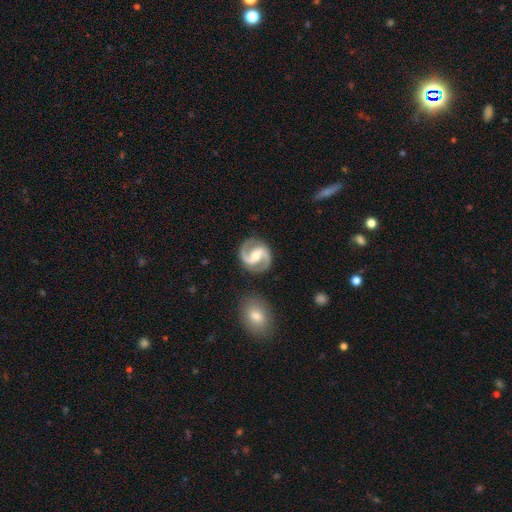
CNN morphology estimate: smooth_or_featured: featured or disk (p=0.92) [alt: smooth p=0.05]
disk_edge_on: no (p=0.98) [alt: yes p=0.02]
bar: weak (p=0.40) [alt: strong p=0.37]
has_spiral_arms: yes (p=0.98) [alt: no p=0.02]
spiral_winding: medium (p=0.62) [alt: tight p=0.21]
spiral_arm_count: 2 (p=0.94) [alt: can't tell p=0.01]
bulge_size: moderate (p=0.62) [alt: small p=0.30]
merging: none (p=0.86) [alt: minor disturbance p=0.09]